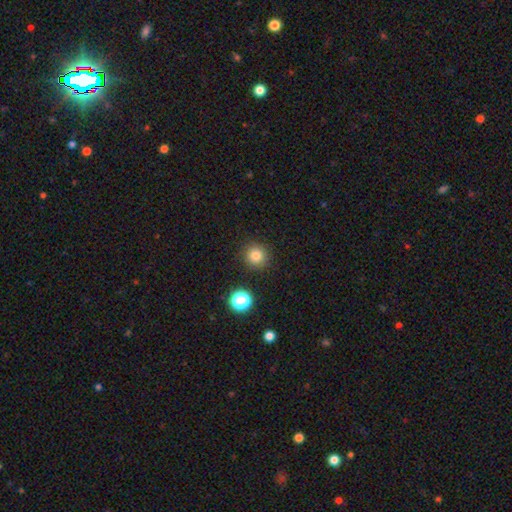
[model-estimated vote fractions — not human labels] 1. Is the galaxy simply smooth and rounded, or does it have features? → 79% smooth, 15% star or artifact, 6% featured or disk.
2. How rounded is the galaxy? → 94% round, 5% in between, 1% cigar-shaped.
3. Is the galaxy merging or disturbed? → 89% none, 6% minor disturbance, 2% major disturbance, 2% merger.